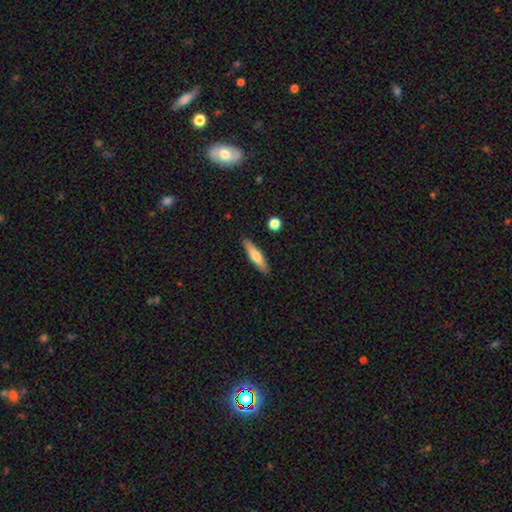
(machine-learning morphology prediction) Q: Smooth or featured?
A: smooth (62%); runner-up: featured or disk (32%)
Q: How rounded?
A: cigar-shaped (79%); runner-up: in between (19%)
Q: Merging?
A: none (88%); runner-up: minor disturbance (8%)